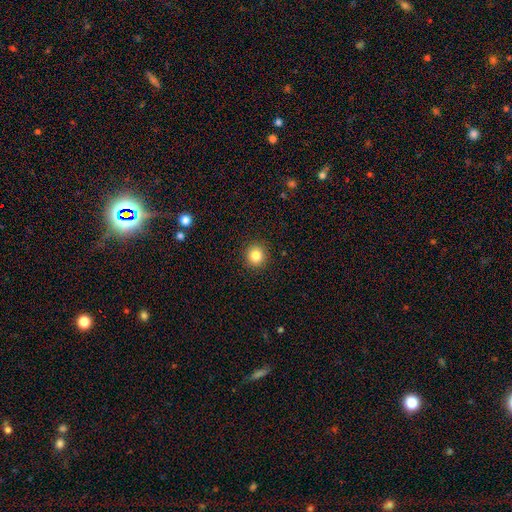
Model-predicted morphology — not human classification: smooth_or_featured: smooth (p=0.84) [alt: star or artifact p=0.11]
how_rounded: round (p=0.93) [alt: in between p=0.06]
merging: none (p=0.92) [alt: minor disturbance p=0.05]